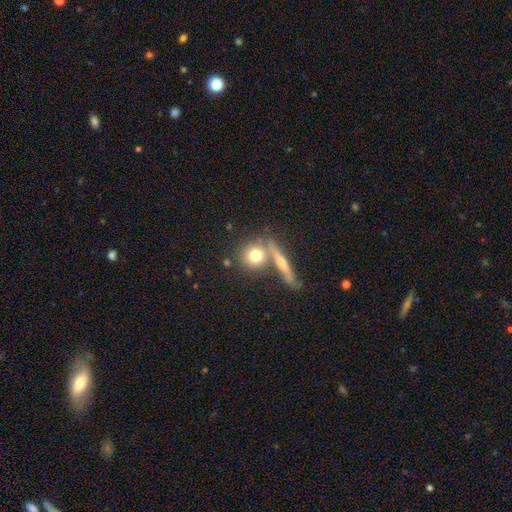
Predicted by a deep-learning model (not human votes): Smooth or featured?
  - smooth: 72% *
  - featured or disk: 19%
  - star or artifact: 9%
How rounded?
  - round: 83% *
  - in between: 11%
  - cigar-shaped: 6%
Merging?
  - none: 63% *
  - merger: 23%
  - minor disturbance: 10%
  - major disturbance: 4%